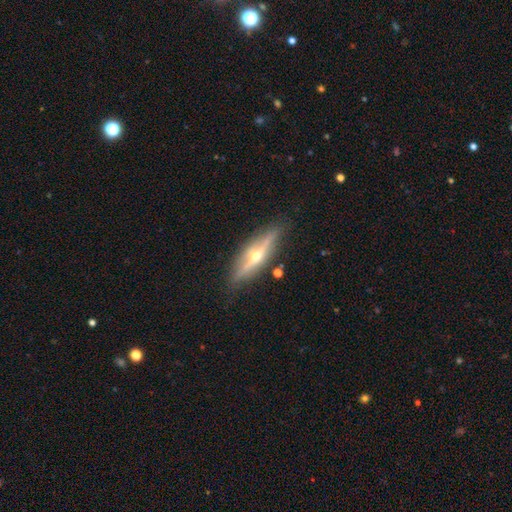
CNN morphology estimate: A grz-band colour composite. It shows a featured or disk galaxy (77%) viewed edge-on (94%) with a rounded central bulge (93%). Merging: none (85%).